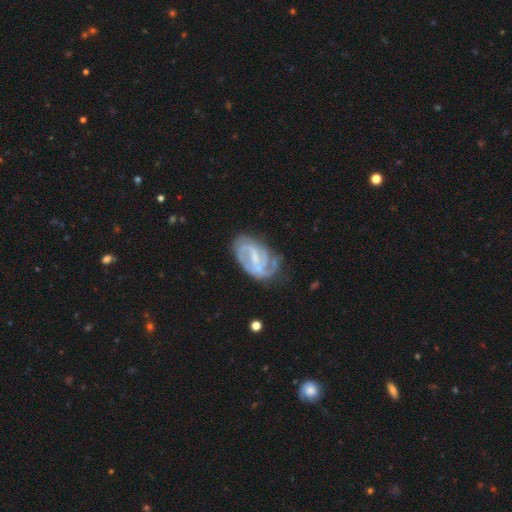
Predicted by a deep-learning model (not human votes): A featured or disk galaxy (82%) with a weak bar (50%), 2 (59%) tight (47%) spiral arms (92%) and a small central bulge (50%). Merging: none (62%).